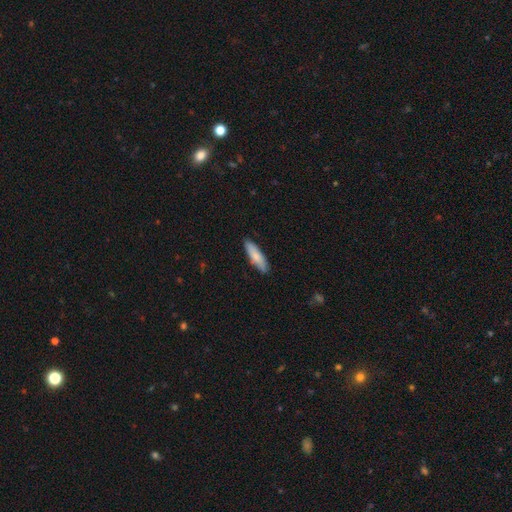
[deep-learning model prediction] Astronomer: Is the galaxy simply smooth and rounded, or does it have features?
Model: smooth — 80%.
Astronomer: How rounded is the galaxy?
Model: cigar-shaped — 67%.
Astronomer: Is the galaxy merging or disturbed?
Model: none — 84%.